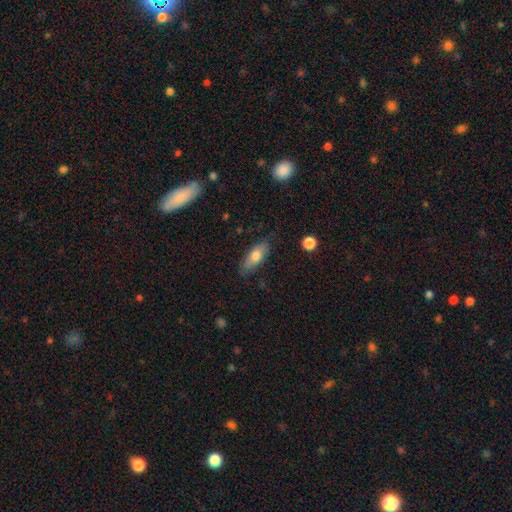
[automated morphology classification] Smooth or featured? Predicted: smooth (p=0.72). How rounded? Predicted: in between (p=0.75). Merging? Predicted: none (p=0.78).